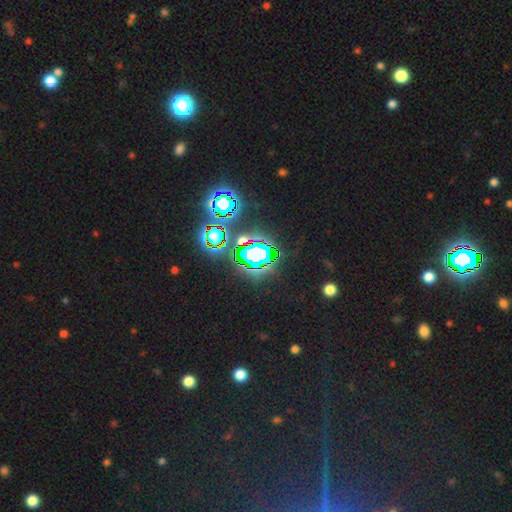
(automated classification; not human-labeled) star or artifact 78%, smooth 13%, featured or disk 9%.